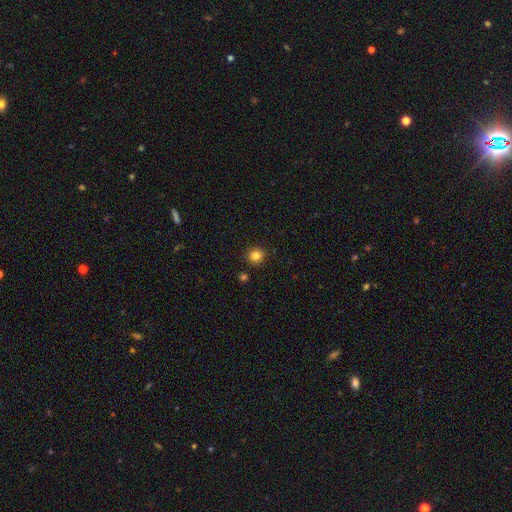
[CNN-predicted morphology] This appears to be a smooth galaxy with no disk features (83%) that is round (94%). Merging: none (91%).